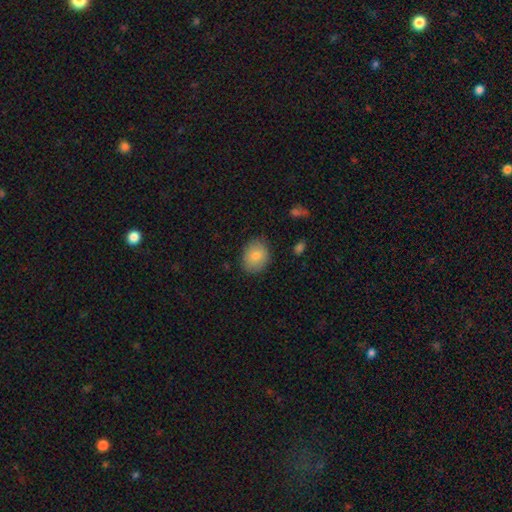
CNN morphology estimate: smooth_or_featured: smooth (p=0.82) [alt: featured or disk p=0.10]
how_rounded: round (p=0.50) [alt: in between p=0.49]
merging: none (p=0.84) [alt: minor disturbance p=0.12]